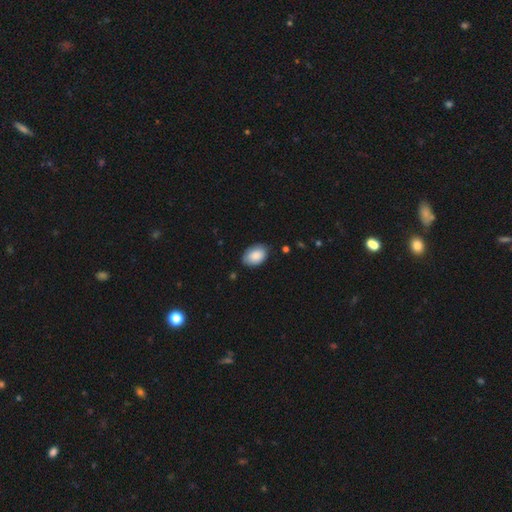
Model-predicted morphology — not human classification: A smooth galaxy with no disk features (87%) that is in between round and cigar-shaped (88%).

Vote fractions:
- Smooth or featured? smooth: 87% / featured or disk: 7% / star or artifact: 6%
- How rounded? in between: 88% / round: 11% / cigar-shaped: 1%
- Merging? none: 79% / minor disturbance: 18% / major disturbance: 3% / merger: 1%